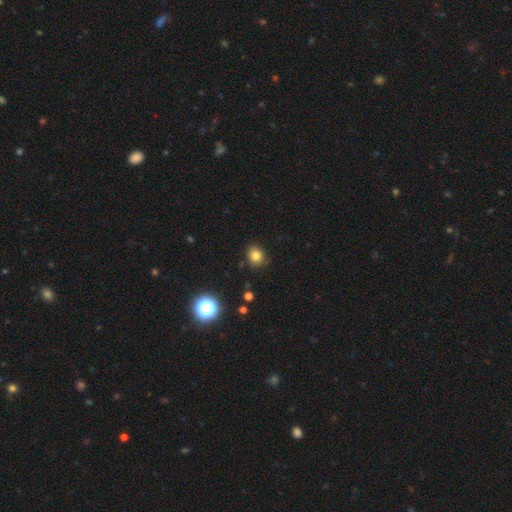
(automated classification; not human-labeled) This appears to be a smooth galaxy with no disk features (80%) that is round (69%). Merging: none (80%).